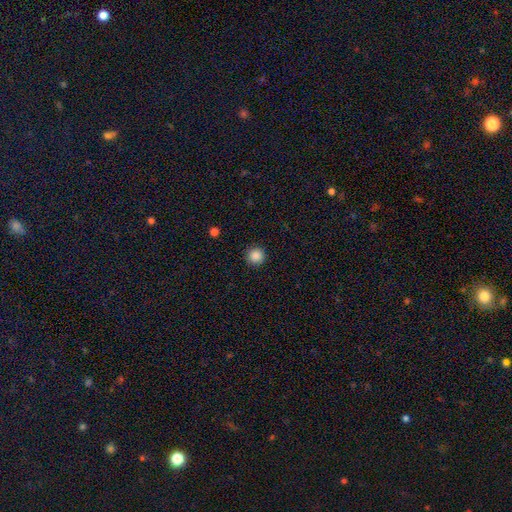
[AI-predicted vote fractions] smooth-or-featured: smooth: 87% | star or artifact: 10% | featured or disk: 3%
  how-rounded: round: 96% | in between: 4% | cigar-shaped: 1%
  merging: none: 92% | minor disturbance: 5% | major disturbance: 2% | merger: 1%